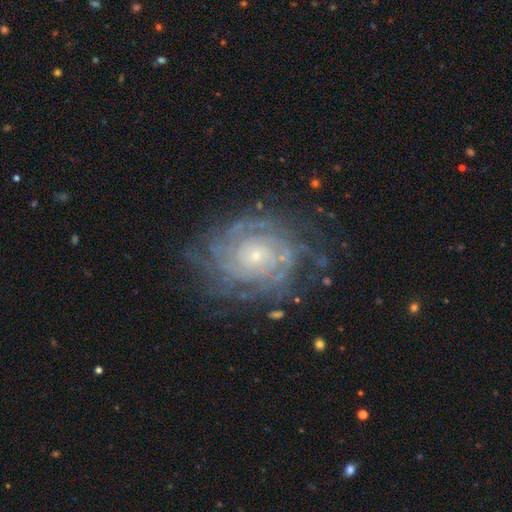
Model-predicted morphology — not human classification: A featured or disk galaxy (88%) with no bar (79%), tight (81%) spiral arms (97%) and a small central bulge (78%).

Vote fractions:
- Smooth or featured? featured or disk: 88% / star or artifact: 7% / smooth: 6%
- Edge-on disk? no: 97% / yes: 3%
- Bar? no: 79% / weak: 17% / strong: 5%
- Spiral arms? yes: 97% / no: 3%
- Spiral winding? tight: 81% / medium: 16% / loose: 3%
- Spiral arm count? can't tell: 34% / 4: 18% / more than 4: 15% / 2: 14% / 3: 13% / 1: 7%
- Bulge size? small: 78% / moderate: 17% / none: 2% / large: 2% / dominant: 1%
- Merging? none: 74% / minor disturbance: 16% / major disturbance: 8% / merger: 2%